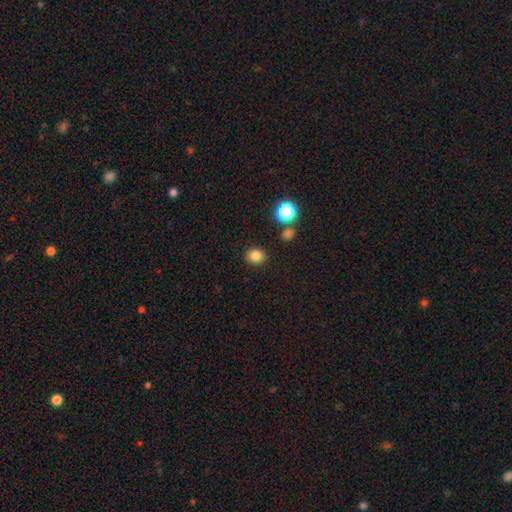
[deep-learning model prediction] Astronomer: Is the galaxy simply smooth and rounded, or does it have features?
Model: smooth — 83%.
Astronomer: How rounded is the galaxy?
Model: round — 72%.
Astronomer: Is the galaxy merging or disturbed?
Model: none — 88%.